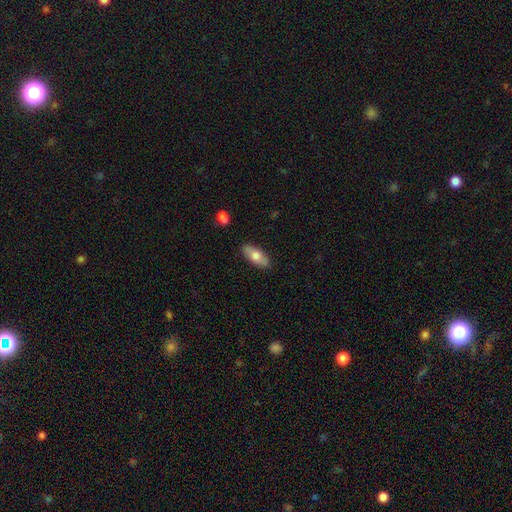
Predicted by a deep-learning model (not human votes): smooth 70%, featured or disk 24%, star or artifact 6%. Down the decision tree: how rounded — in between (84%); merging — none (86%).